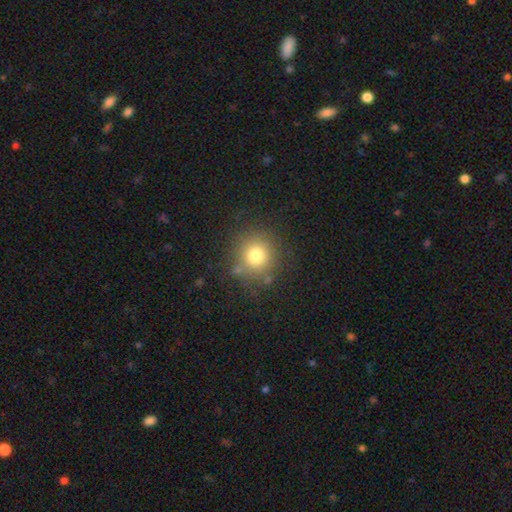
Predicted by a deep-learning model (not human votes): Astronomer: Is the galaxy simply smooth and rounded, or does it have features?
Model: smooth — 76%.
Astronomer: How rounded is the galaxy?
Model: round — 92%.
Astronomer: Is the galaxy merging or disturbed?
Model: none — 81%.